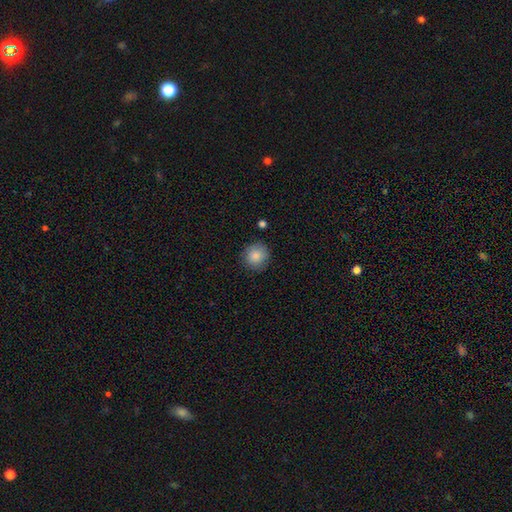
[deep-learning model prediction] Smooth or featured? smooth (86%)
How rounded? round (92%)
Merging? none (85%)